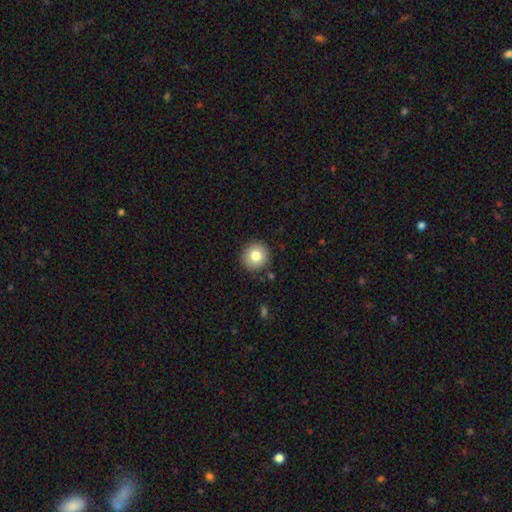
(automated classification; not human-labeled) The model was most divided on "smooth or featured": smooth: 81%, featured or disk: 9%, star or artifact: 9%. More confident: how rounded — round (93%); merging — none (89%).